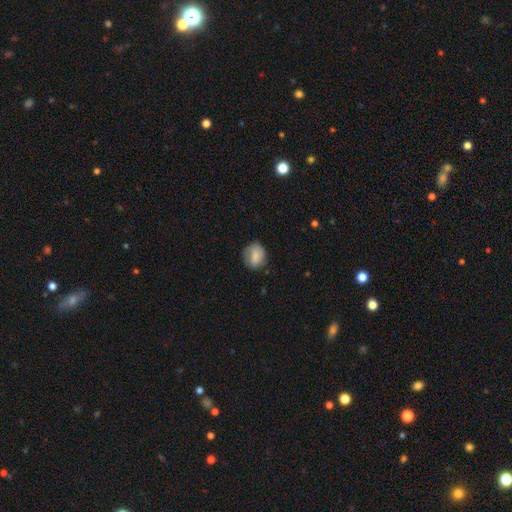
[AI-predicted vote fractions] A smooth galaxy with no disk features (75%) that is round (58%).

Vote fractions:
- Smooth or featured? smooth: 75% / featured or disk: 17% / star or artifact: 8%
- How rounded? round: 58% / in between: 41% / cigar-shaped: 1%
- Merging? none: 64% / minor disturbance: 26% / major disturbance: 9% / merger: 1%